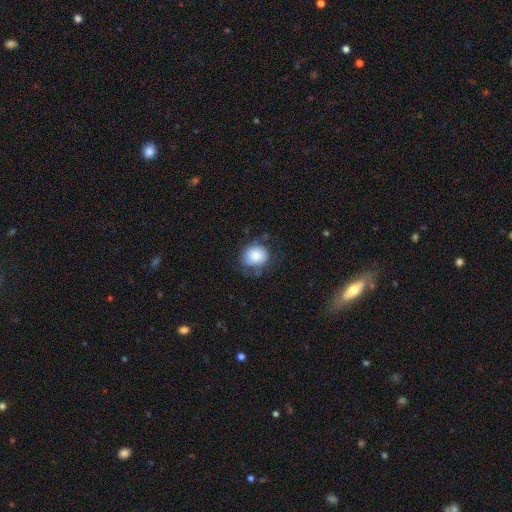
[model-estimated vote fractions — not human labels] Smooth or featured: smooth — 82% (featured or disk — 11%)
How rounded: round — 69% (in between — 30%)
Merging: none — 56% (minor disturbance — 30%)